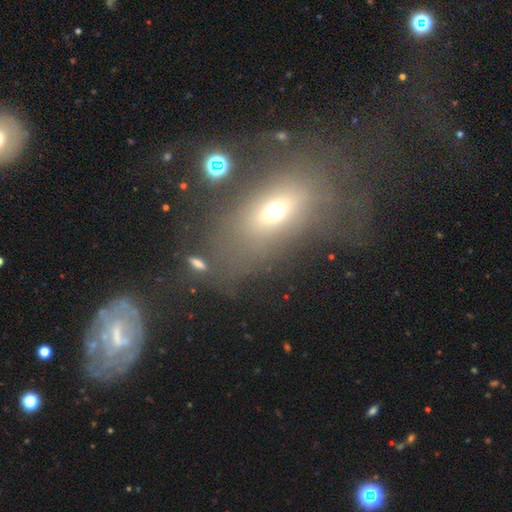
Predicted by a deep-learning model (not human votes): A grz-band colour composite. It shows a smooth galaxy with no disk features (49%). Merging: none (46%).